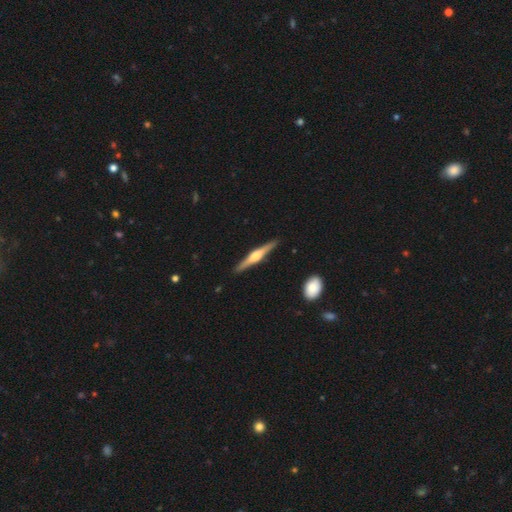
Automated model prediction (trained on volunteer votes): Morphology: type=featured or disk (76%); edge-on=yes (98%); edge-on bulge=rounded (90%); merging=none (91%).